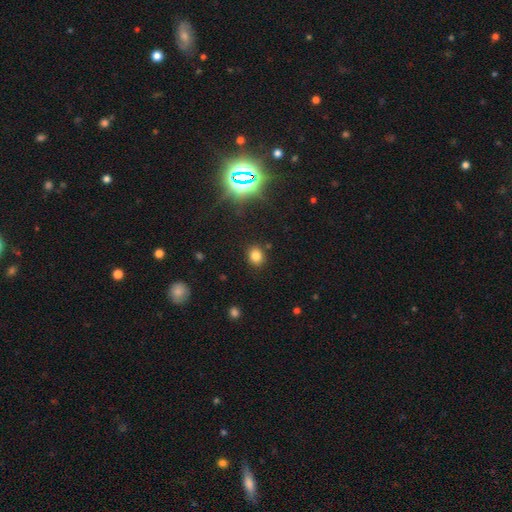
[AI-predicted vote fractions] This appears to be a smooth galaxy with no disk features (77%) that is round (64%). Merging: none (86%).